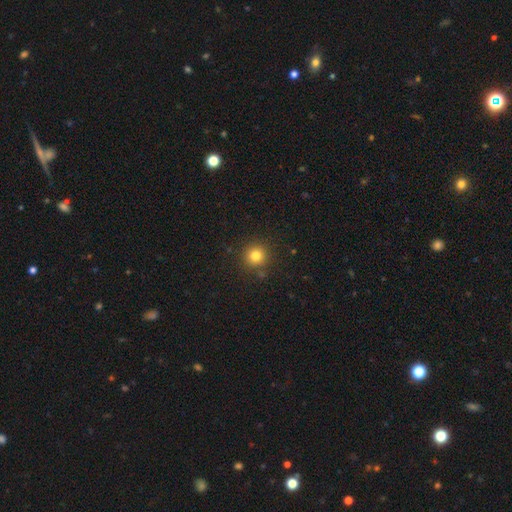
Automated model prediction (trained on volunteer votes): This appears to be a smooth galaxy with no disk features (80%) that is round (94%). Merging: none (88%).